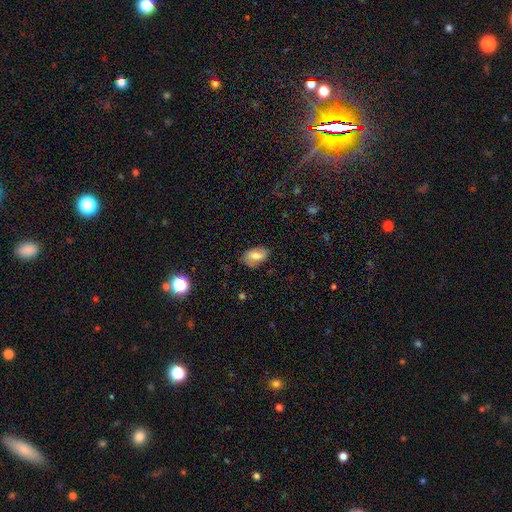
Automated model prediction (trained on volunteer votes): Smooth or featured: smooth — 63% (featured or disk — 28%)
How rounded: in between — 90% (round — 7%)
Merging: none — 71% (minor disturbance — 22%)